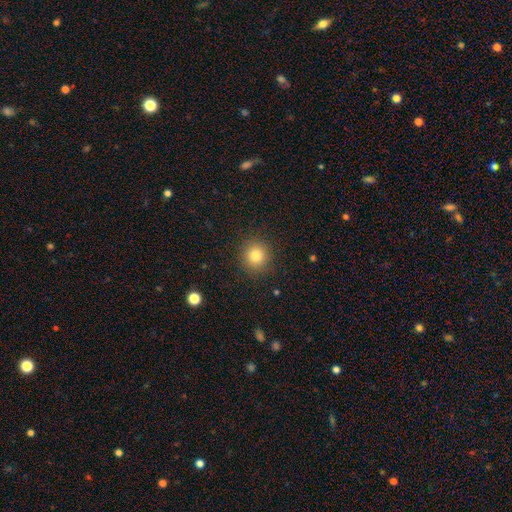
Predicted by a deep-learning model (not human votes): Morphology: type=smooth (82%); roundness=round (92%); merging=none (90%).